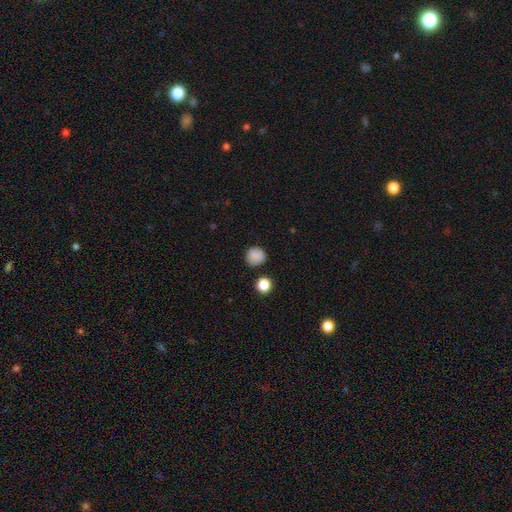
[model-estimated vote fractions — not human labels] This appears to be a smooth galaxy with no disk features (85%) that is round (89%). Merging: none (83%).